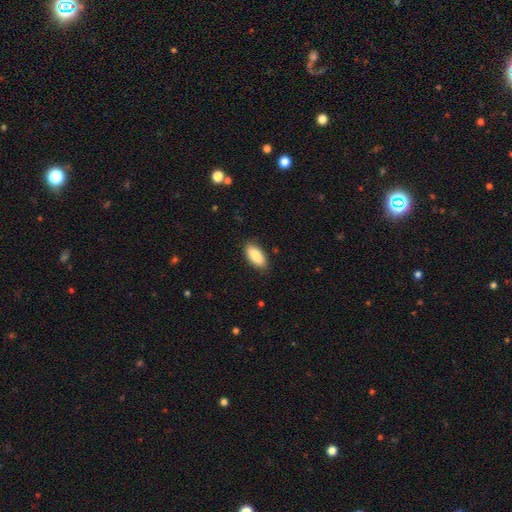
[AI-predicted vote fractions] smooth-or-featured: smooth: 88% | featured or disk: 6% | star or artifact: 6%
  how-rounded: in between: 90% | cigar-shaped: 8% | round: 2%
  merging: none: 86% | minor disturbance: 11% | major disturbance: 2% | merger: 1%